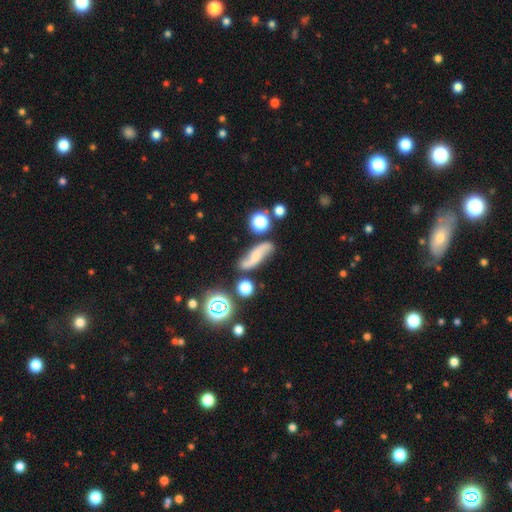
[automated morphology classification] Smooth or featured: featured or disk — 60% (smooth — 28%)
Edge-on disk: no — 87% (yes — 13%)
Bar: no — 57% (weak — 31%)
Spiral arms: yes — 93% (no — 7%)
Bulge size: none — 40% (small — 33%)
Merging: none — 69% (minor disturbance — 17%)